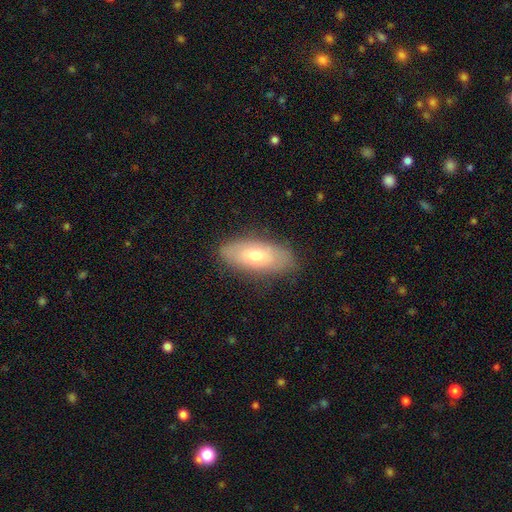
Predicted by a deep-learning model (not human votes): This appears to be a smooth galaxy with no disk features (63%) that is in between round and cigar-shaped (81%). Merging: none (84%).